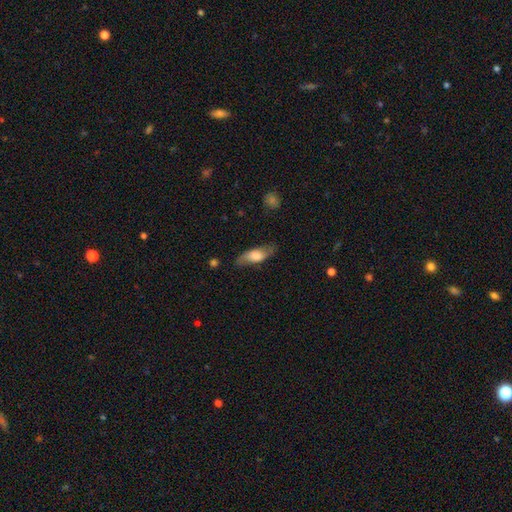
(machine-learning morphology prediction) This is likely a smooth galaxy (61%). How rounded: likely in between (66%). Merging: likely none (74%).